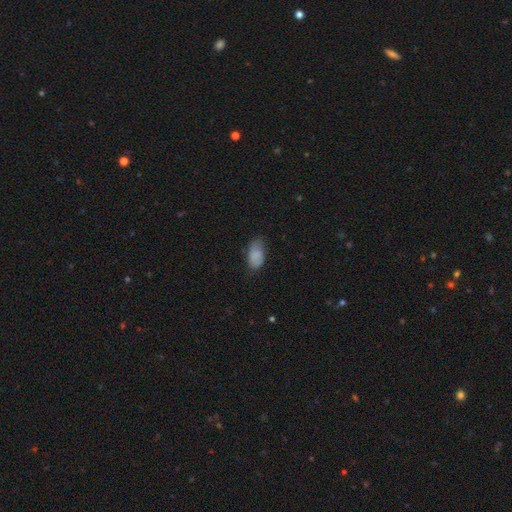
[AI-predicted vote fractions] Smooth or featured? smooth (81%)
How rounded? in between (93%)
Merging? none (58%)